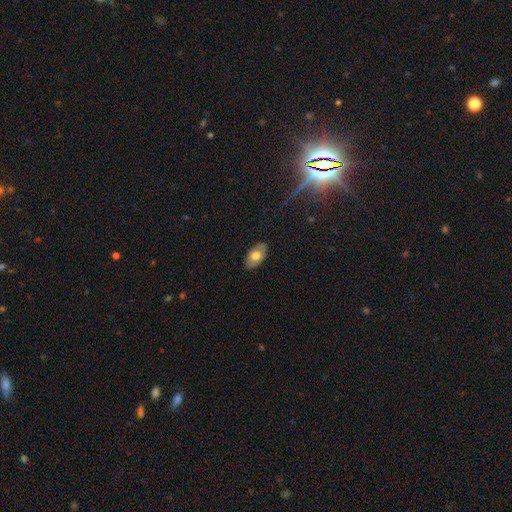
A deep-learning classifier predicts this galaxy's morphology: Smooth or featured?
  - smooth: 63% *
  - featured or disk: 30%
  - star or artifact: 7%
How rounded?
  - in between: 92% *
  - round: 6%
  - cigar-shaped: 2%
Merging?
  - none: 84% *
  - minor disturbance: 12%
  - major disturbance: 2%
  - merger: 1%